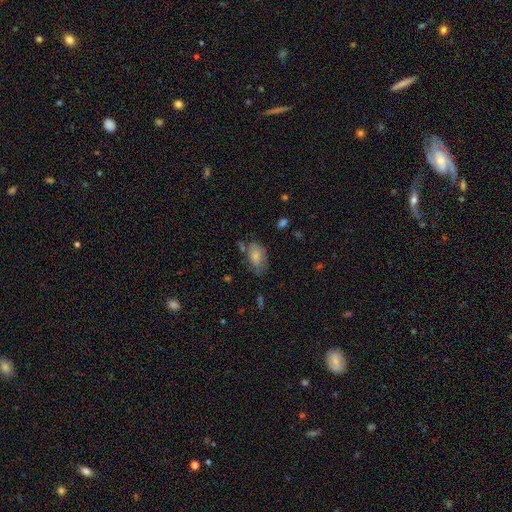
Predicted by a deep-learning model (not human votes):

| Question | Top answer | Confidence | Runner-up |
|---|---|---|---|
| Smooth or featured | smooth | 76% | featured or disk (16%) |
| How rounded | in between | 89% | round (8%) |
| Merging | none | 49% | minor disturbance (32%) |